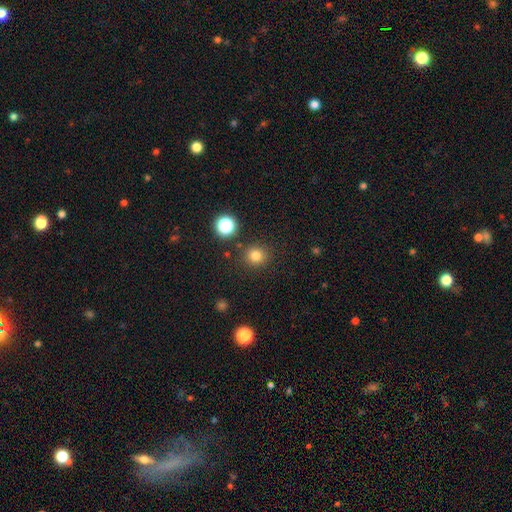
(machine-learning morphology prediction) Overall: smooth (78%). How rounded: round (91%). Merging: none (87%).